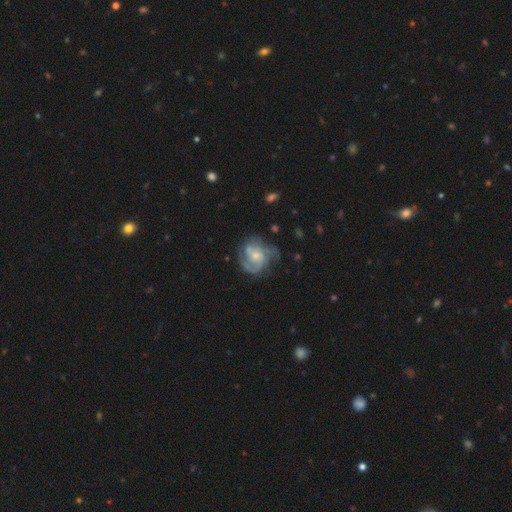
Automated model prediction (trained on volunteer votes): Smooth or featured? Predicted: featured or disk (p=0.79). Edge-on disk? Predicted: no (p=0.98). Bar? Predicted: no (p=0.63). Spiral arms? Predicted: yes (p=0.91). Spiral winding? Predicted: medium (p=0.47). Spiral arm count? Predicted: 2 (p=0.37). Bulge size? Predicted: small (p=0.50). Merging? Predicted: none (p=0.55).